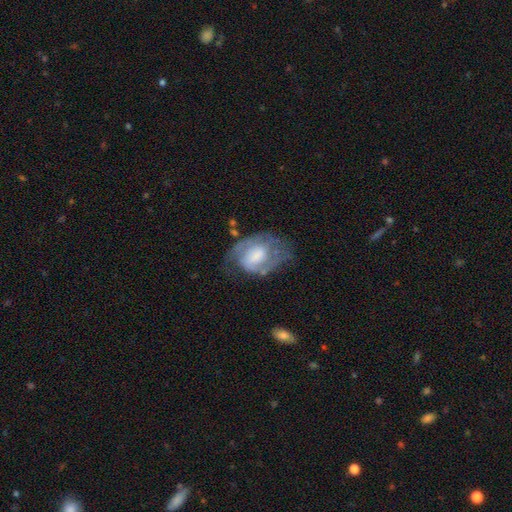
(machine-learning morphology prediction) A featured or disk galaxy (70%) with no bar (52%), 2 (54%) medium (42%) spiral arms (80%) and a large central bulge (31%). Merging: none (48%).